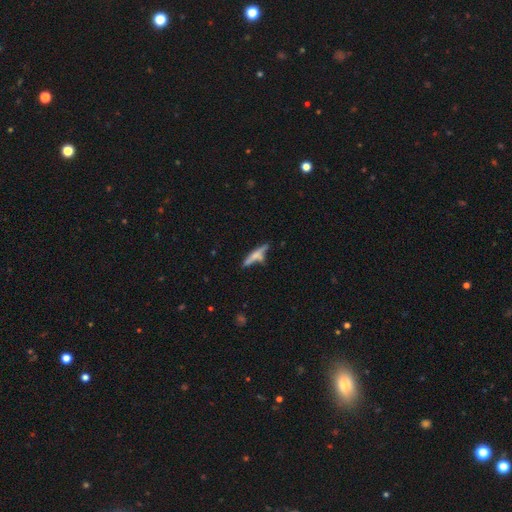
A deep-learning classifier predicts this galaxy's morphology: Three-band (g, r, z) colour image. It shows a featured or disk galaxy (48%). Merging: none (59%).